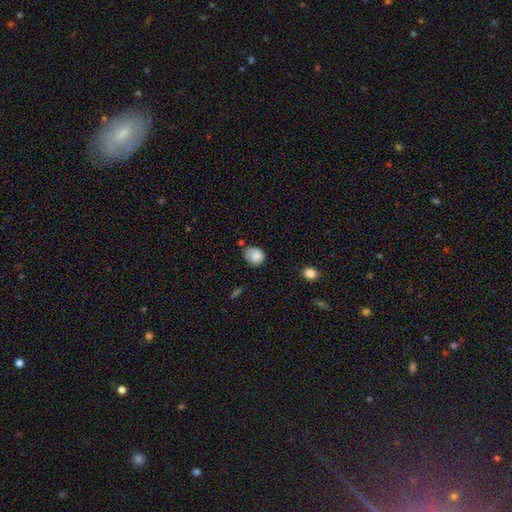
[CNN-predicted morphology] This appears to be a smooth galaxy with no disk features (82%) that is round (57%). Merging: none (53%).